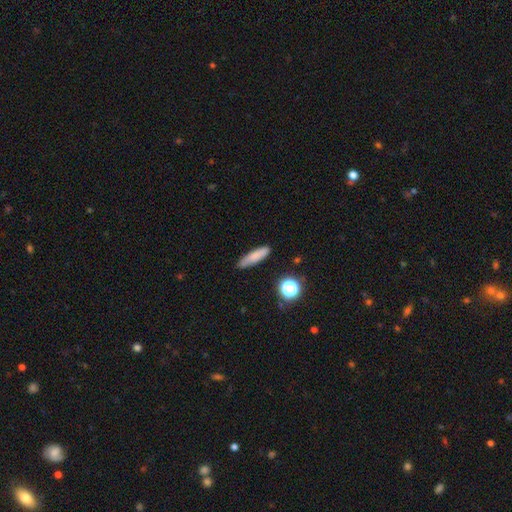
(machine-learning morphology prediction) Overall: smooth (78%). How rounded: cigar-shaped (74%). Merging: none (80%).